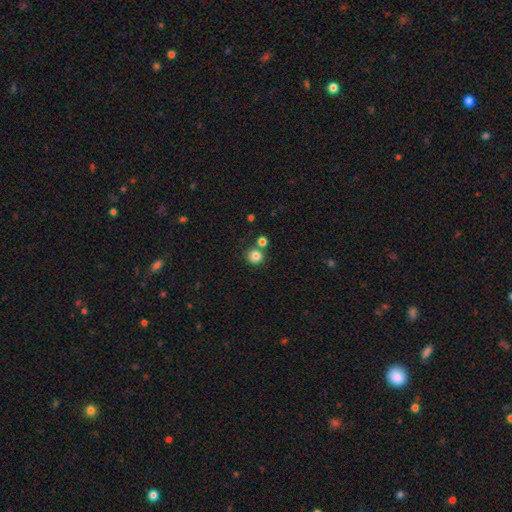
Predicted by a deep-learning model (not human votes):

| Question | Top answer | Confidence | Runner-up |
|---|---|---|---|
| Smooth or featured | smooth | 82% | star or artifact (11%) |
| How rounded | round | 89% | in between (10%) |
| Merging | none | 69% | merger (18%) |